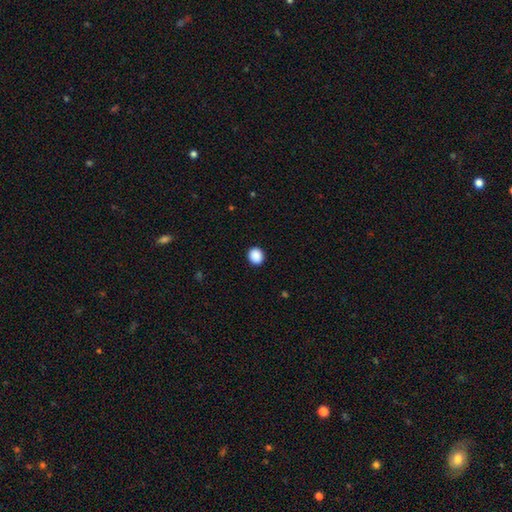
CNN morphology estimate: Smooth or featured? smooth (90%)
How rounded? round (76%)
Merging? none (92%)